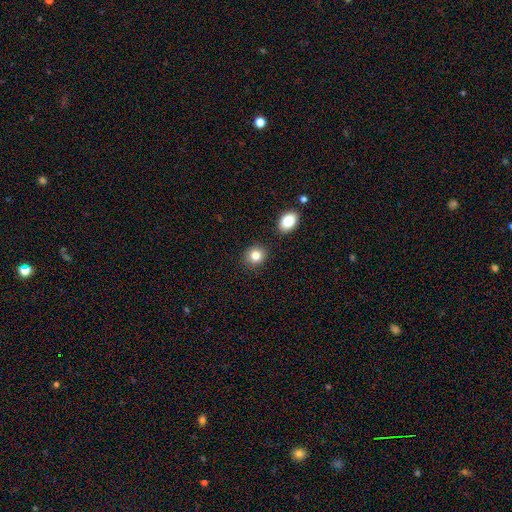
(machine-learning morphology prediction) type=smooth (82%); roundness=round (73%); merging=none (85%).